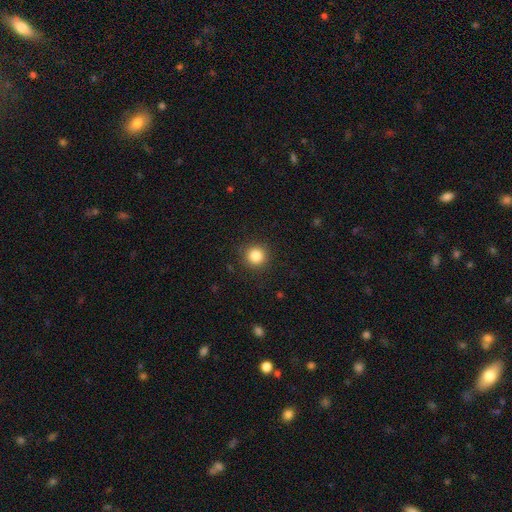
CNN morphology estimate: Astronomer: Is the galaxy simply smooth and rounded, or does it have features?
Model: smooth — 85%.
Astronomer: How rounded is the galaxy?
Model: round — 94%.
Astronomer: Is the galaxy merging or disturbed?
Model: none — 90%.